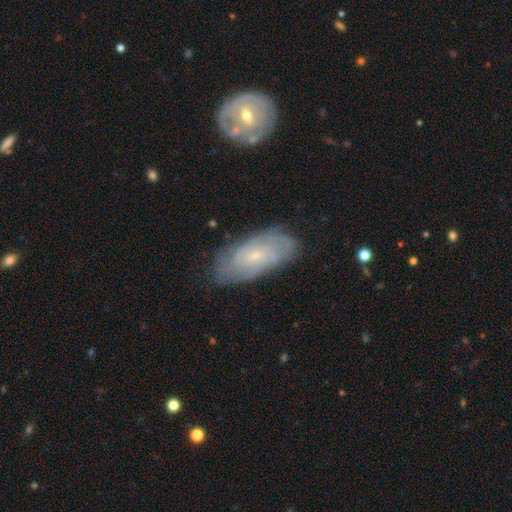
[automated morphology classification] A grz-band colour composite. It shows a featured or disk galaxy (73%) with no bar (66%), tight (68%) spiral arms (90%) and a small central bulge (80%). Merging: none (77%).